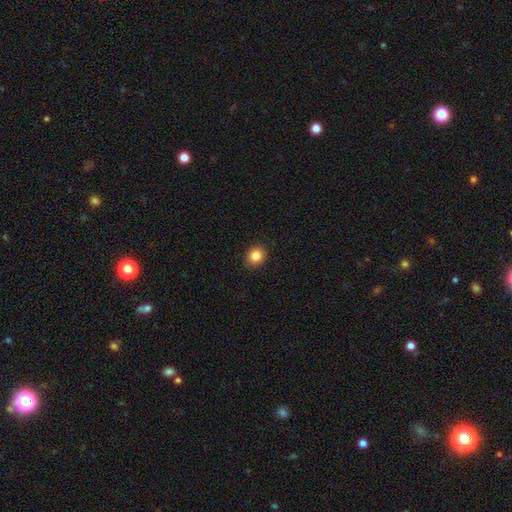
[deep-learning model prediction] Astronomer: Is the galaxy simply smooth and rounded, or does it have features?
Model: smooth — 85%.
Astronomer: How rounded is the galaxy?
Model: round — 75%.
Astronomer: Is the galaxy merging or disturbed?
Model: none — 91%.